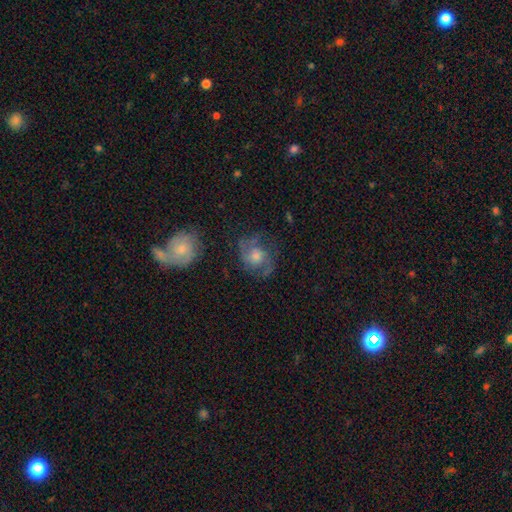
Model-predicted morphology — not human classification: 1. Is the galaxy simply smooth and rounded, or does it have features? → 71% featured or disk, 19% smooth, 10% star or artifact.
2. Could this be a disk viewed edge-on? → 97% no, 3% yes.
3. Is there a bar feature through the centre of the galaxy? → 70% no, 26% weak, 4% strong.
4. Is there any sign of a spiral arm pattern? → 92% yes, 8% no.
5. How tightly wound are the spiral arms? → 51% medium, 29% tight, 19% loose.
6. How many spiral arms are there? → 61% 2, 15% can't tell, 14% 3, 4% 1, 3% 4, 3% more than 4.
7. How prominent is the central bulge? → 59% moderate, 22% small, 13% large, 4% none, 2% dominant.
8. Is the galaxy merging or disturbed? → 70% none, 17% minor disturbance, 10% major disturbance, 3% merger.